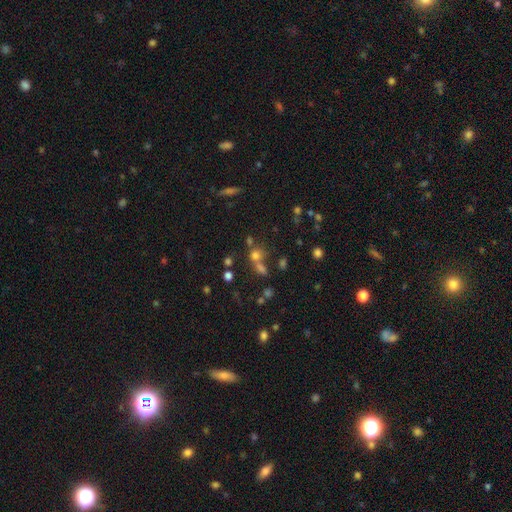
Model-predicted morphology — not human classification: A smooth galaxy with no disk features (64%) that is round (78%). Merging: none (51%).